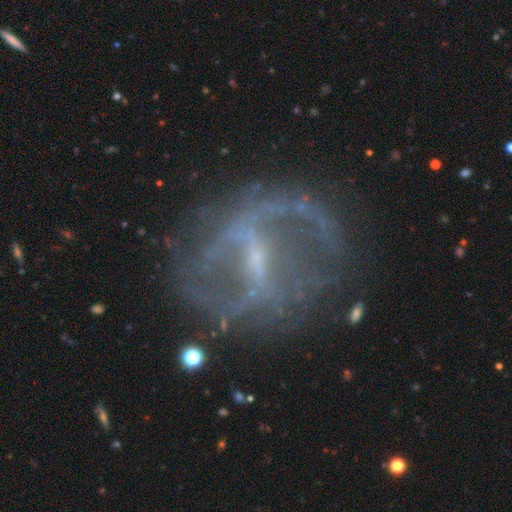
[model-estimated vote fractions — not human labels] This is clearly a featured or disk galaxy (82%). It is clearly not viewed edge-on (95%). Bar: possibly strong (49%). Spiral arm pattern: likely yes (71%). Spiral arm count: likely 2 (63%). Spiral winding: possibly loose (51%). Central bulge: likely small (65%). Merging: likely none (64%).